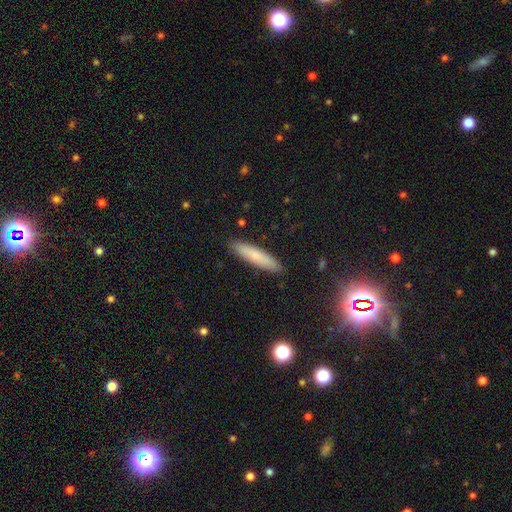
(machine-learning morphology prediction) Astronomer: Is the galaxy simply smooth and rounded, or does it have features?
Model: smooth — 76%.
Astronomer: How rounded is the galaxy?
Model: cigar-shaped — 84%.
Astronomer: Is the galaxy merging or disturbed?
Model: none — 90%.